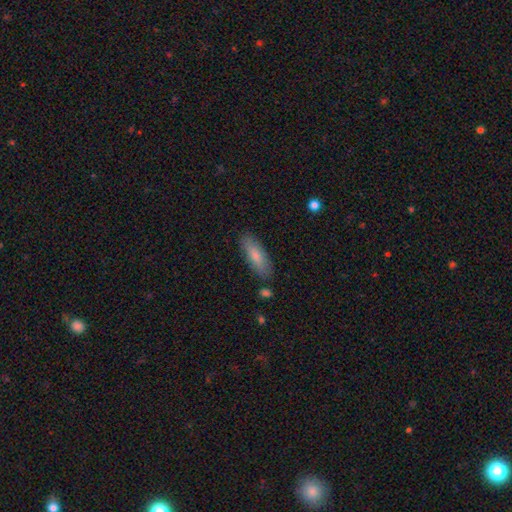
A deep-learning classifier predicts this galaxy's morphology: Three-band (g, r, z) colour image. It shows a smooth galaxy with no disk features (80%) that is in between round and cigar-shaped (57%). Merging: none (84%).